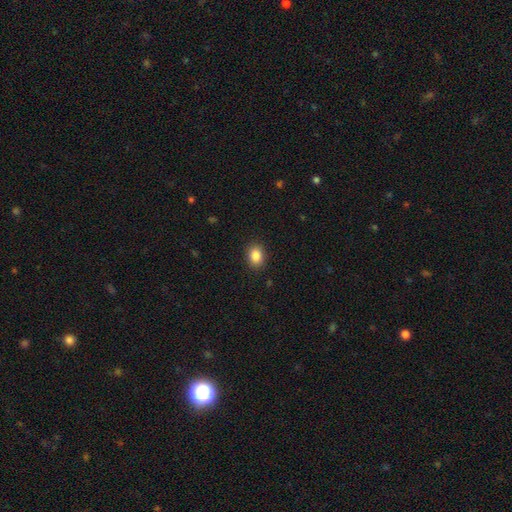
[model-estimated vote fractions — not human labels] Q: Smooth or featured?
A: smooth (86%); runner-up: star or artifact (9%)
Q: How rounded?
A: in between (66%); runner-up: round (33%)
Q: Merging?
A: none (90%); runner-up: minor disturbance (7%)